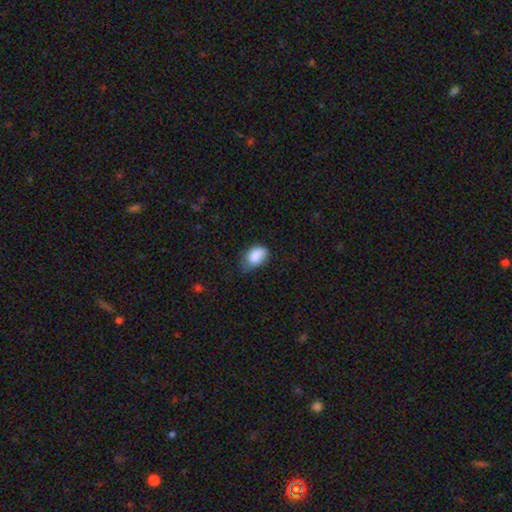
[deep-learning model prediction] Smooth or featured?
  - smooth: 84% *
  - featured or disk: 9%
  - star or artifact: 7%
How rounded?
  - in between: 87% *
  - round: 12%
  - cigar-shaped: 1%
Merging?
  - minor disturbance: 44% *
  - none: 42%
  - major disturbance: 13%
  - merger: 2%